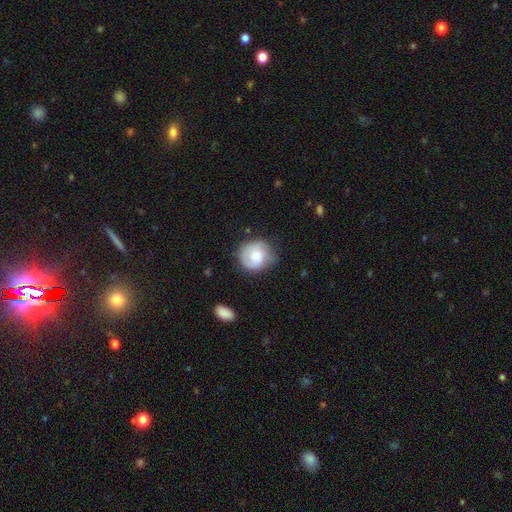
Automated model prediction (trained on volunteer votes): The model was most divided on "smooth or featured": smooth: 52%, featured or disk: 42%, star or artifact: 7%. More confident: how rounded — round (84%); merging — none (63%).